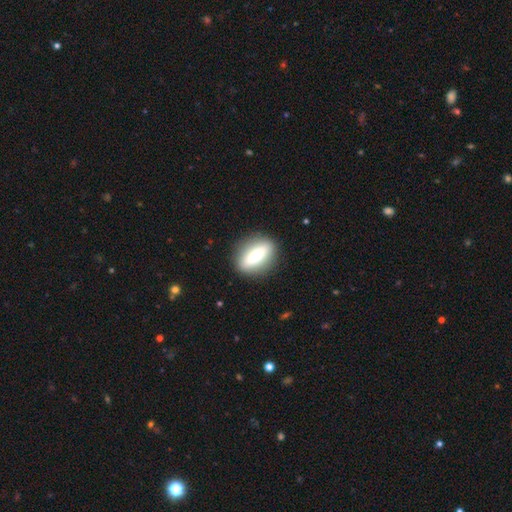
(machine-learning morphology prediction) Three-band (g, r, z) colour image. It shows a smooth galaxy with no disk features (63%) that is in between round and cigar-shaped (65%). Merging: none (88%).